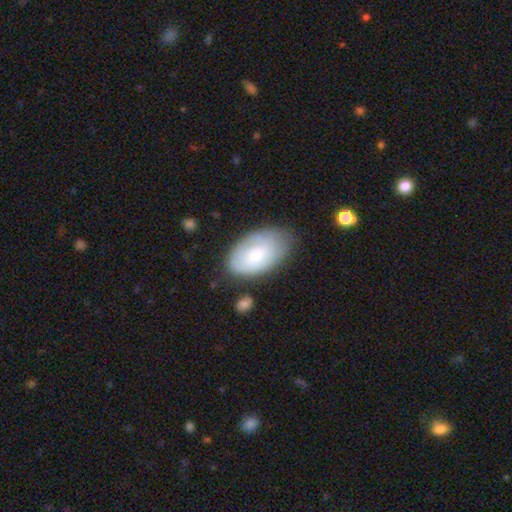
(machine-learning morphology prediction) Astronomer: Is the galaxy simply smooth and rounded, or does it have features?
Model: smooth — 64%.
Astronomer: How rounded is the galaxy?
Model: in between — 93%.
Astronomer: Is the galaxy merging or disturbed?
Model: none — 66%.